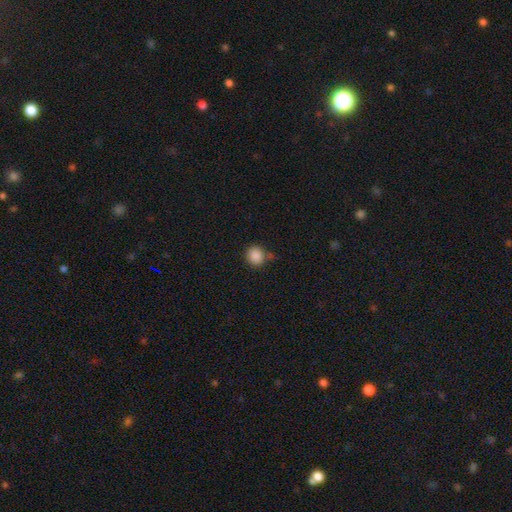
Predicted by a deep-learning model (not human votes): Q: Smooth or featured?
A: smooth (87%); runner-up: star or artifact (10%)
Q: How rounded?
A: round (83%); runner-up: in between (16%)
Q: Merging?
A: none (73%); runner-up: minor disturbance (15%)